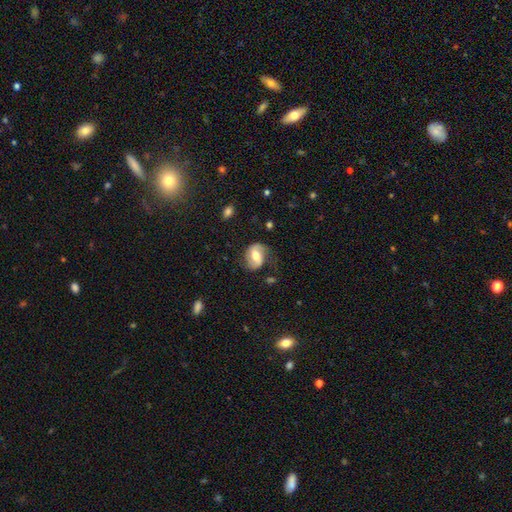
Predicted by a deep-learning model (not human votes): Morphology: type=featured or disk (63%); edge-on=no (96%); bar=weak (43%); spiral arms=yes (86%); winding=medium (42%); arm count=2 (83%); bulge=moderate (66%); merging=none (64%).